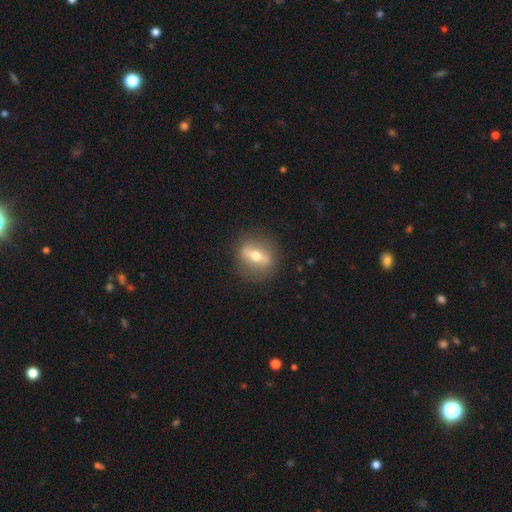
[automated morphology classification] Smooth or featured: featured or disk — 60% (smooth — 32%)
Edge-on disk: no — 56% (yes — 44%)
Merging: none — 85% (minor disturbance — 10%)